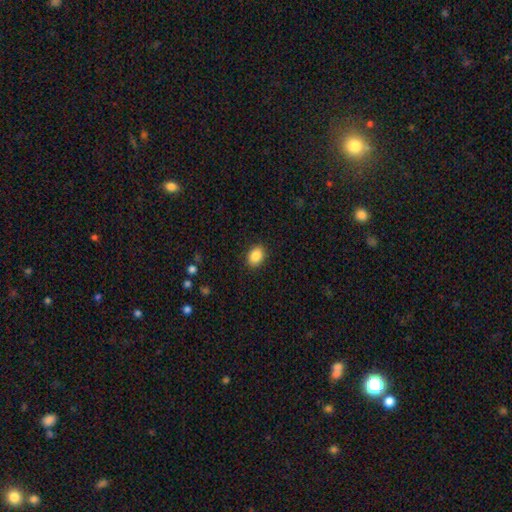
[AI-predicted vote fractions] The model was most divided on "how rounded": in between: 72%, round: 27%, cigar-shaped: 1%. More confident: merging — none (90%); smooth or featured — smooth (87%).